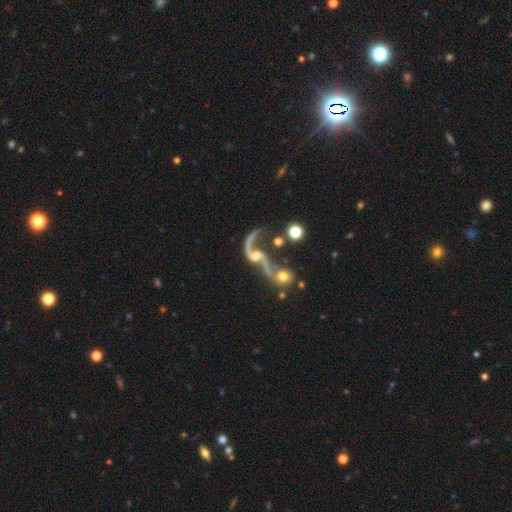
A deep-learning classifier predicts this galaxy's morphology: The model was most divided on "merging" (2-way tie): none: 34%, merger: 34%, major disturbance: 18%, minor disturbance: 14%. Remaining: edge-on disk — no (96%); spiral arms — yes (94%); spiral winding — loose (91%); spiral arm count — 2 (89%); smooth or featured — featured or disk (87%); bar — no (55%); bulge size — moderate (43%).